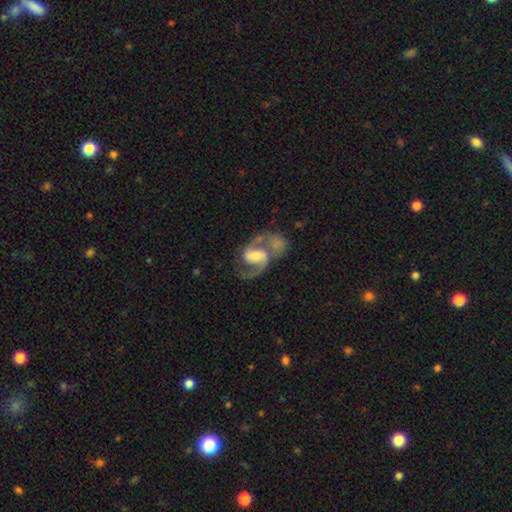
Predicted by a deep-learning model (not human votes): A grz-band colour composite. It shows a featured or disk galaxy (87%) with a weak bar (47%), 2 (91%) medium (59%) spiral arms (96%) and a moderate central bulge (42%). Merging: none (50%).